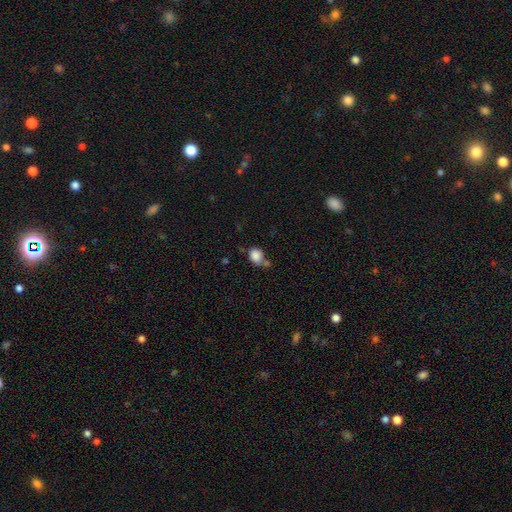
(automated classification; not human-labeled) This is clearly a smooth galaxy (85%). How rounded: possibly round (56%). Merging: possibly none (48%).